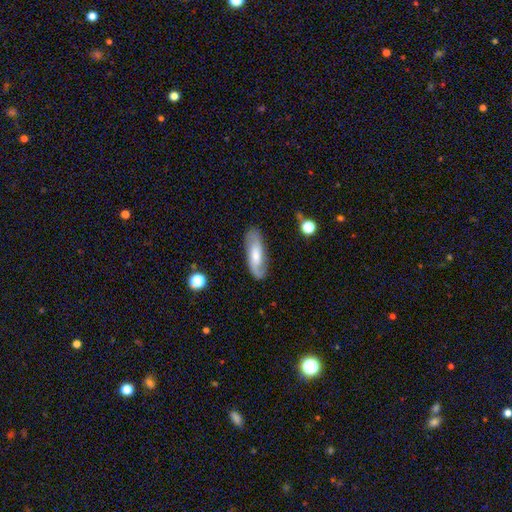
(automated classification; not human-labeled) Smooth or featured? featured or disk (50%)
Edge-on disk? no (81%)
Merging? none (79%)